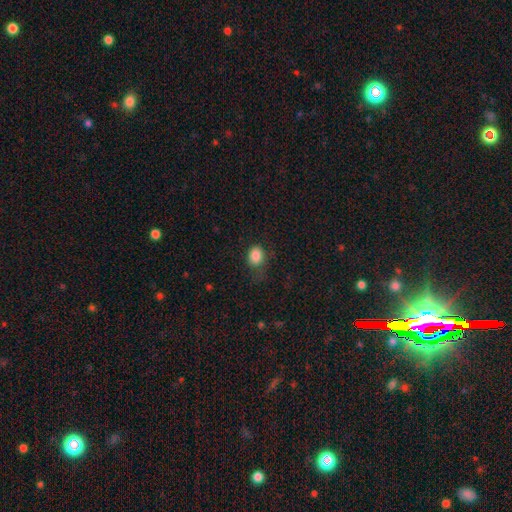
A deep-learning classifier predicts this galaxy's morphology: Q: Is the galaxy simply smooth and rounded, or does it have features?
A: smooth — 85%.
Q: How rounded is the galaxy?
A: in between — 51%.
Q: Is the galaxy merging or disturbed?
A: none — 58%.